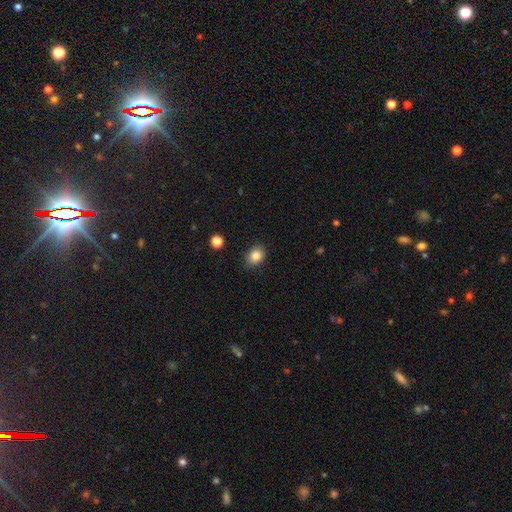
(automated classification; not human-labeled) smooth_or_featured: smooth (p=0.84) [alt: star or artifact p=0.10]
how_rounded: in between (p=0.53) [alt: round p=0.46]
merging: none (p=0.81) [alt: minor disturbance p=0.15]